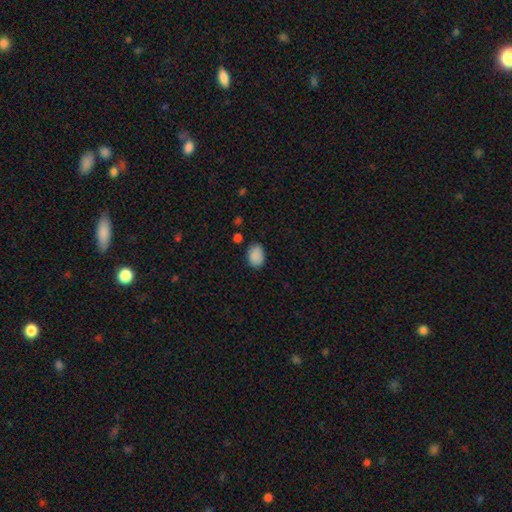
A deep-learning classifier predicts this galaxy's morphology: This is clearly a smooth galaxy (88%). How rounded: likely in between (75%). Merging: likely none (77%).